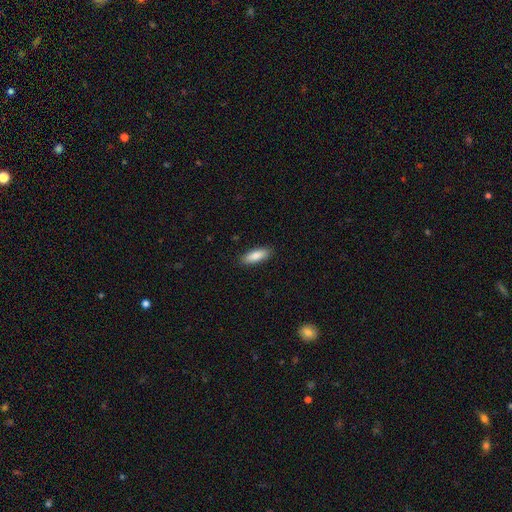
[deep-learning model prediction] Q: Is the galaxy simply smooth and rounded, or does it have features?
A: smooth — 86%.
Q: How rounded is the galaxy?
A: in between — 58%.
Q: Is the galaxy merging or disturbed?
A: none — 88%.